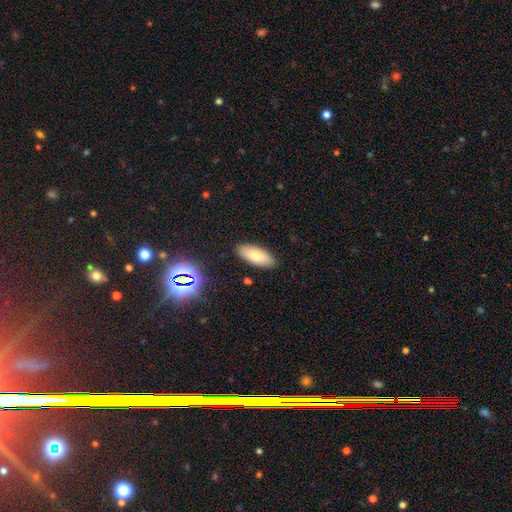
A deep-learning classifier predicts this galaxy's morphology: Smooth or featured? smooth (77%)
How rounded? in between (84%)
Merging? none (88%)